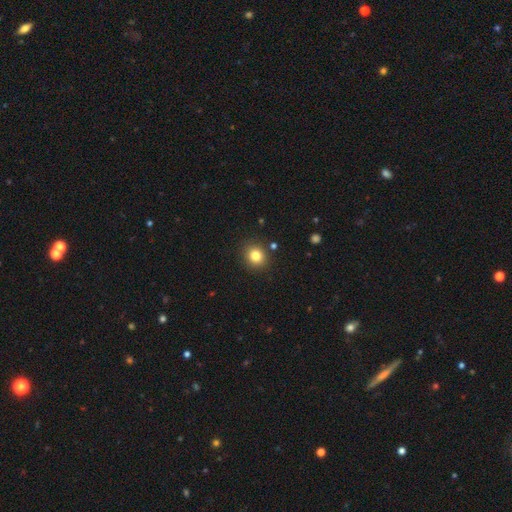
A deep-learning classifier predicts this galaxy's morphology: smooth_or_featured: smooth (p=0.82) [alt: star or artifact p=0.12]
how_rounded: round (p=0.83) [alt: in between p=0.16]
merging: none (p=0.88) [alt: minor disturbance p=0.07]